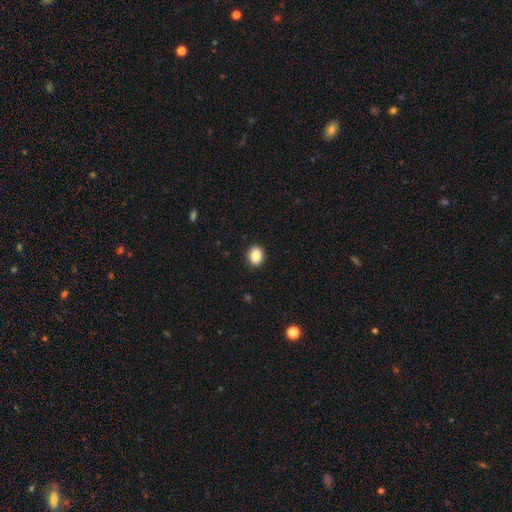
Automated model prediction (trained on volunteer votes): The model was most divided on "how rounded": in between: 53%, round: 46%, cigar-shaped: 1%. More confident: merging — none (90%); smooth or featured — smooth (89%).